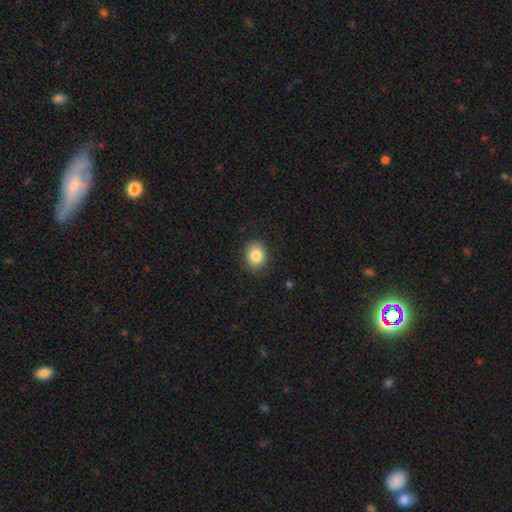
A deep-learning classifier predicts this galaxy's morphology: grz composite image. It shows a smooth galaxy with no disk features (85%) that is round (66%). Merging: none (89%).